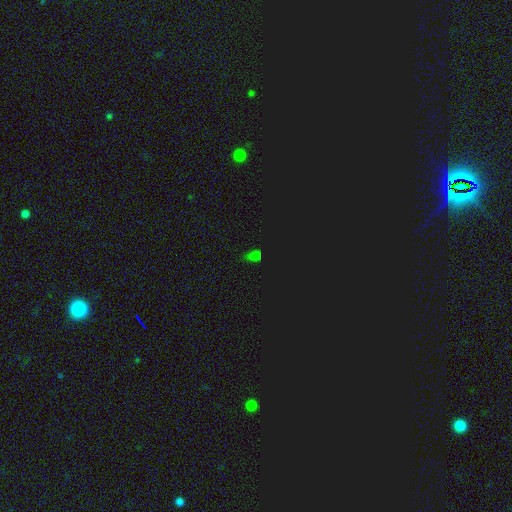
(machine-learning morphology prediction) Overall: star or artifact (53%; smooth 41%).